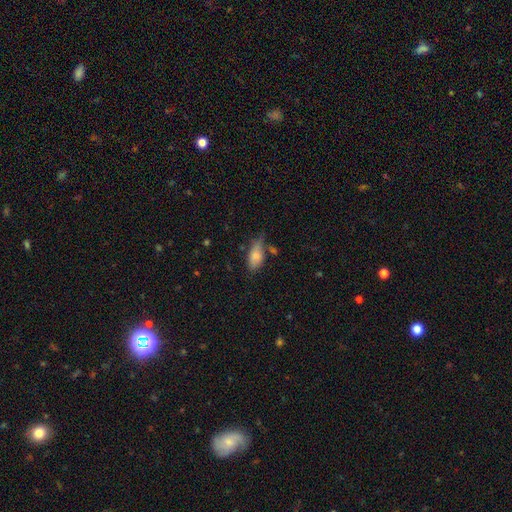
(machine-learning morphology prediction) Smooth or featured? Predicted: smooth (p=0.79). How rounded? Predicted: in between (p=0.86). Merging? Predicted: none (p=0.49).